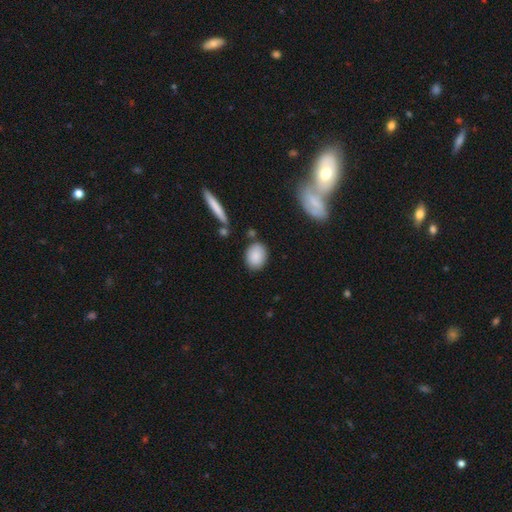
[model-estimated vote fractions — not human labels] Morphology: type=smooth (87%); roundness=in between (63%); merging=none (81%).